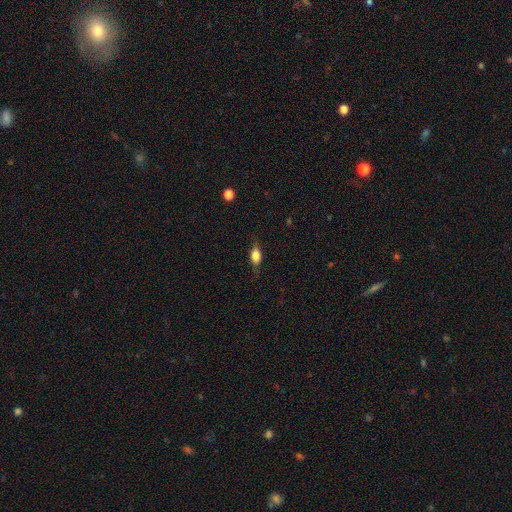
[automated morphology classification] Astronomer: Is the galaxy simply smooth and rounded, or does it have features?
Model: smooth — 71%.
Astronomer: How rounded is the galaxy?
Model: in between — 78%.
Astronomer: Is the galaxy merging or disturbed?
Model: none — 73%.